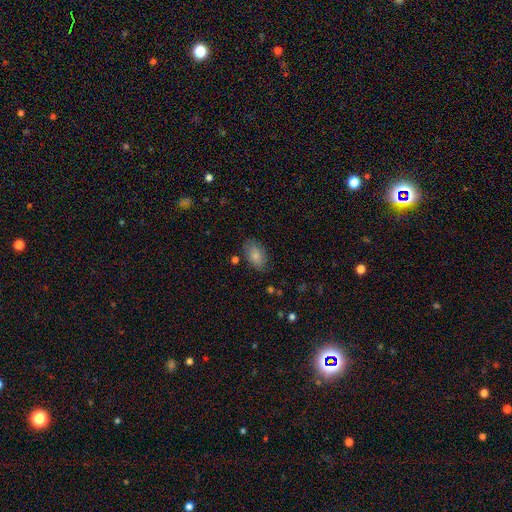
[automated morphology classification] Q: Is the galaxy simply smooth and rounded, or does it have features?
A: smooth — 84%.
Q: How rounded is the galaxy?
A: in between — 92%.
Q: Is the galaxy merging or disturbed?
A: none — 79%.